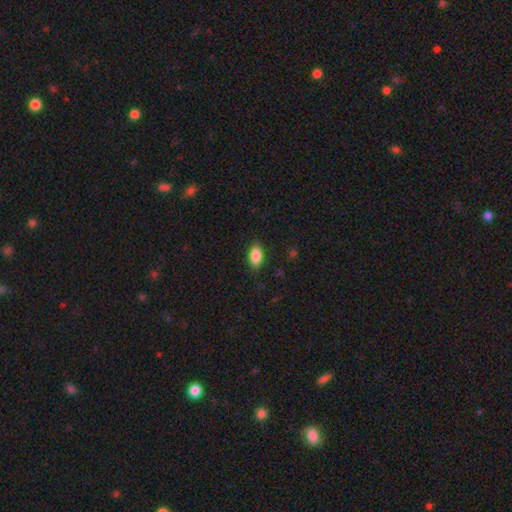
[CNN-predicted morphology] smooth-or-featured: smooth: 87% | star or artifact: 7% | featured or disk: 6%
  how-rounded: in between: 91% | round: 5% | cigar-shaped: 4%
  merging: none: 86% | minor disturbance: 11% | major disturbance: 3% | merger: 1%